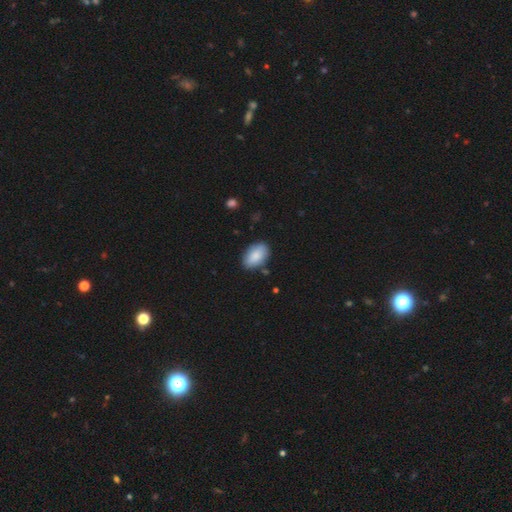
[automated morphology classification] This is clearly a smooth galaxy (86%). How rounded: clearly in between (93%). Merging: clearly none (83%).